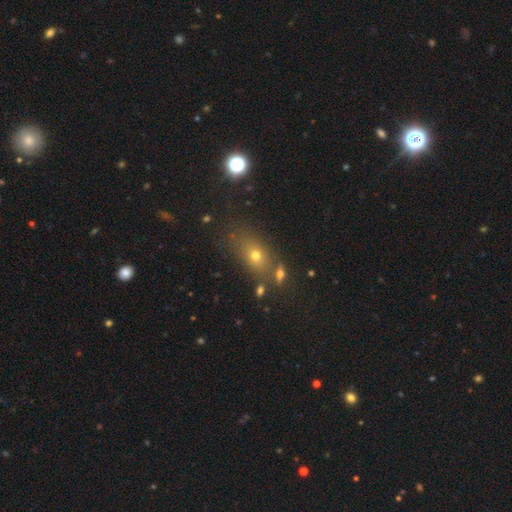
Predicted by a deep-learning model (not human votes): Morphology: type=smooth (63%); roundness=in between (66%); merging=none (63%).